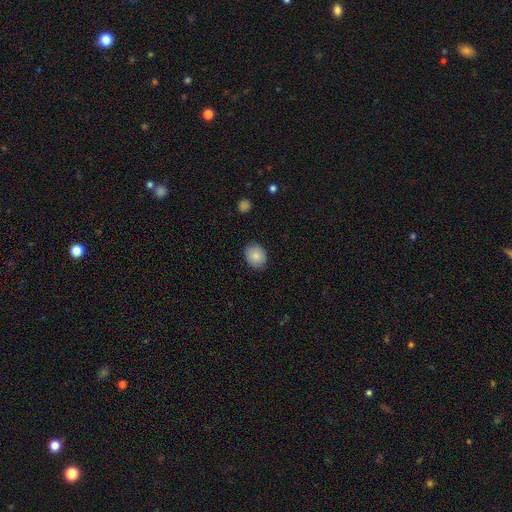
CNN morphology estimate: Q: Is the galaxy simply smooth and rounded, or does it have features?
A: smooth — 84%.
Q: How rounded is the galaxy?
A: round — 56%.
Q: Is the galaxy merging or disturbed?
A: none — 86%.